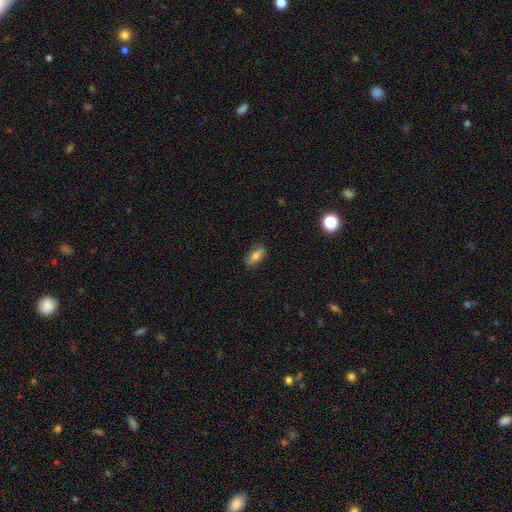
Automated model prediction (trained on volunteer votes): Smooth or featured? Predicted: smooth (p=0.69). How rounded? Predicted: in between (p=0.78). Merging? Predicted: none (p=0.82).